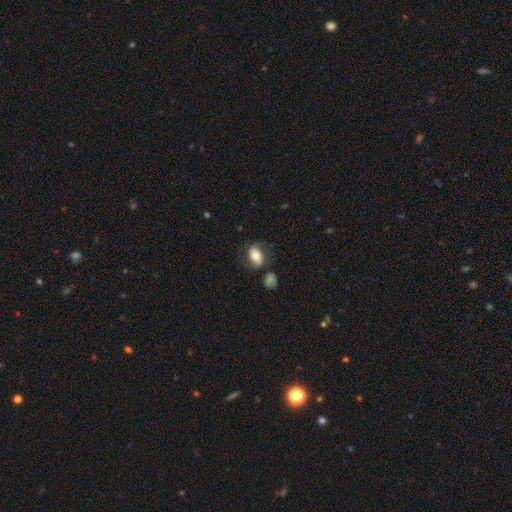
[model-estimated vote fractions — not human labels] A smooth galaxy with no disk features (67%) that is in between round and cigar-shaped (85%).

Vote fractions:
- Smooth or featured? smooth: 67% / featured or disk: 26% / star or artifact: 8%
- How rounded? in between: 85% / round: 12% / cigar-shaped: 3%
- Merging? none: 66% / minor disturbance: 20% / major disturbance: 8% / merger: 6%